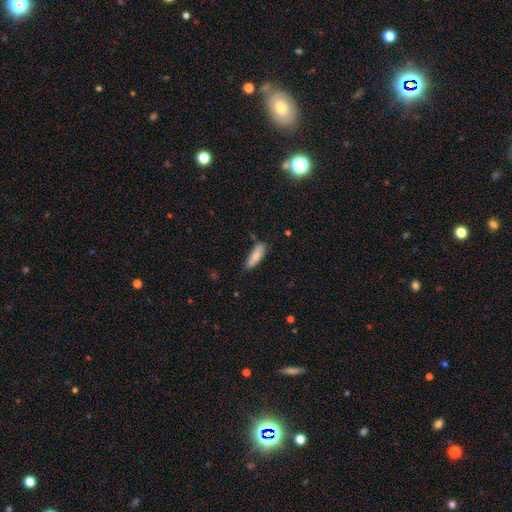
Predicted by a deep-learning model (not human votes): Smooth or featured? smooth (80%)
How rounded? in between (53%)
Merging? none (72%)